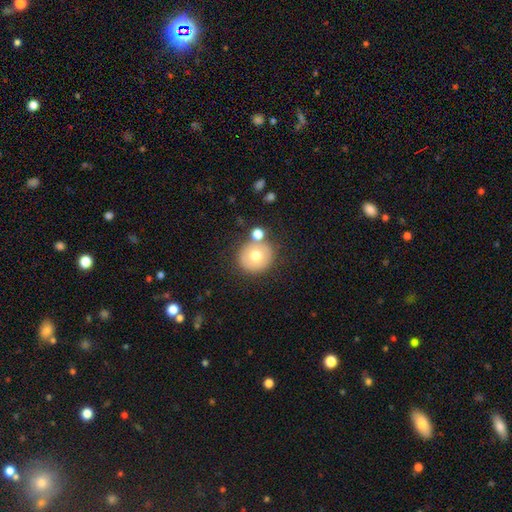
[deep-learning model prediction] Smooth or featured?
  - smooth: 67% *
  - featured or disk: 24%
  - star or artifact: 9%
How rounded?
  - round: 88% *
  - in between: 11%
  - cigar-shaped: 1%
Merging?
  - none: 69% *
  - merger: 15%
  - minor disturbance: 11%
  - major disturbance: 4%